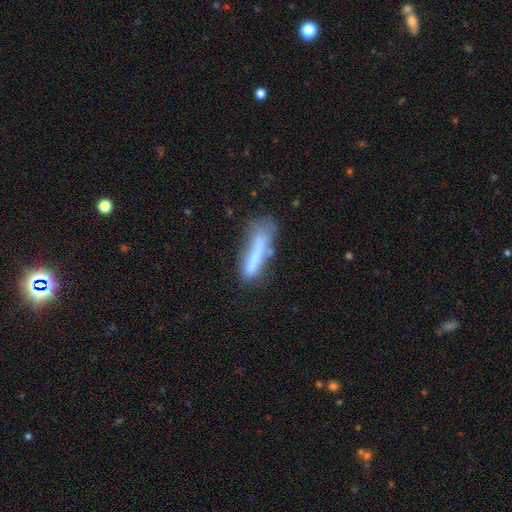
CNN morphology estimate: This appears to be a smooth galaxy with no disk features (58%) that is cigar-shaped (81%). Merging: none (41%).